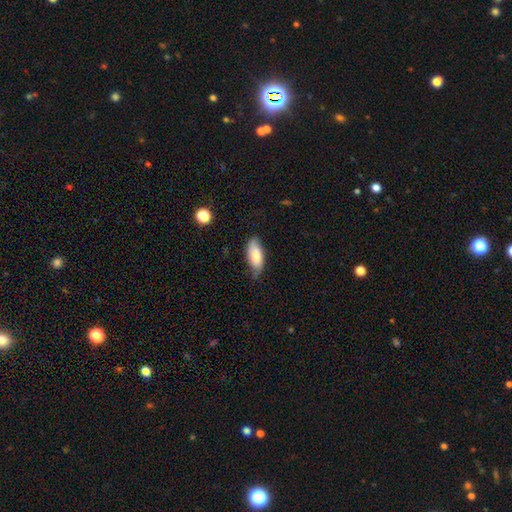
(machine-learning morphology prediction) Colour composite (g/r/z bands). It shows a smooth galaxy with no disk features (72%) that is in between round and cigar-shaped (83%). Merging: none (59%).